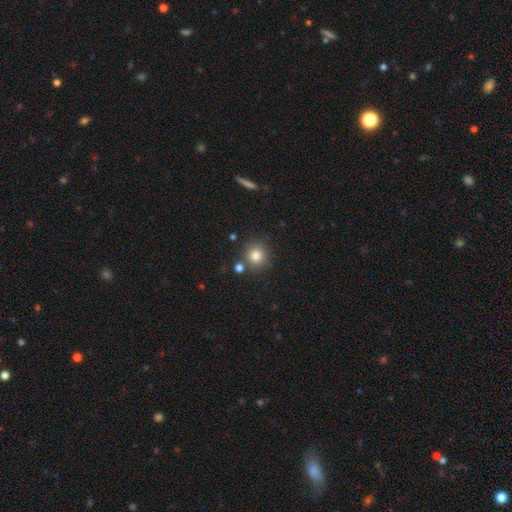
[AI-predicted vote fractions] The model was most divided on "smooth or featured": smooth: 80%, star or artifact: 12%, featured or disk: 8%. More confident: how rounded — round (91%); merging — none (80%).